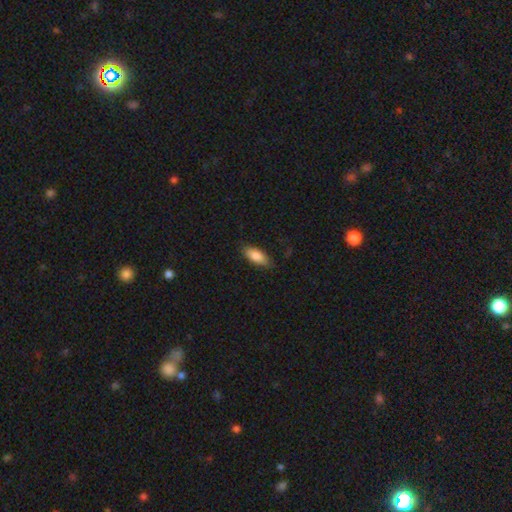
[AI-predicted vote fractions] A smooth galaxy with no disk features (84%) that is in between round and cigar-shaped (83%).

Vote fractions:
- Smooth or featured? smooth: 84% / featured or disk: 10% / star or artifact: 6%
- How rounded? in between: 83% / cigar-shaped: 15% / round: 2%
- Merging? none: 81% / minor disturbance: 15% / major disturbance: 3% / merger: 1%